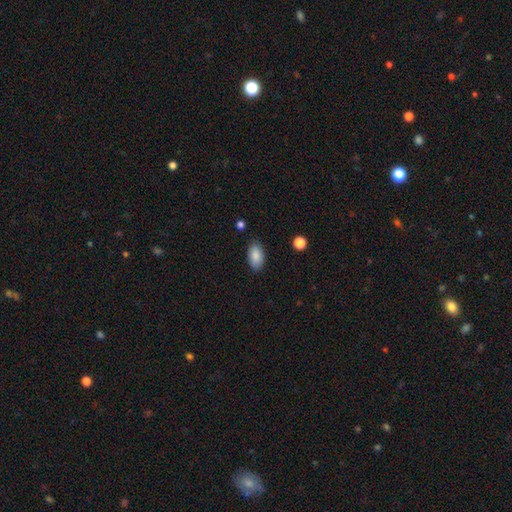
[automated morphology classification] This appears to be a smooth galaxy with no disk features (86%) that is in between round and cigar-shaped (93%). Merging: none (84%).